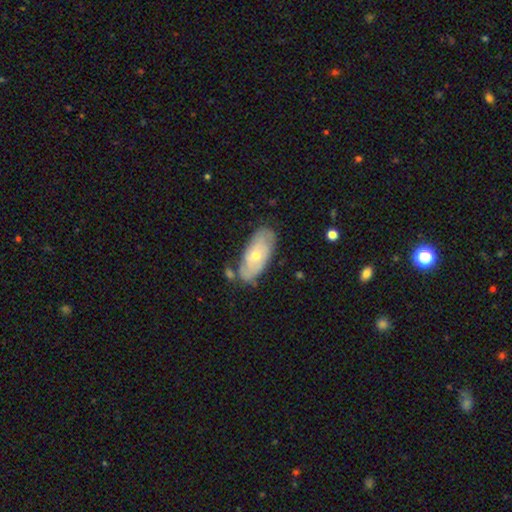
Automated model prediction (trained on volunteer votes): A featured or disk galaxy (55%).

Vote fractions:
- Smooth or featured? featured or disk: 55% / smooth: 39% / star or artifact: 6%
- Edge-on disk? no: 87% / yes: 13%
- Merging? none: 69% / minor disturbance: 20% / merger: 7% / major disturbance: 5%